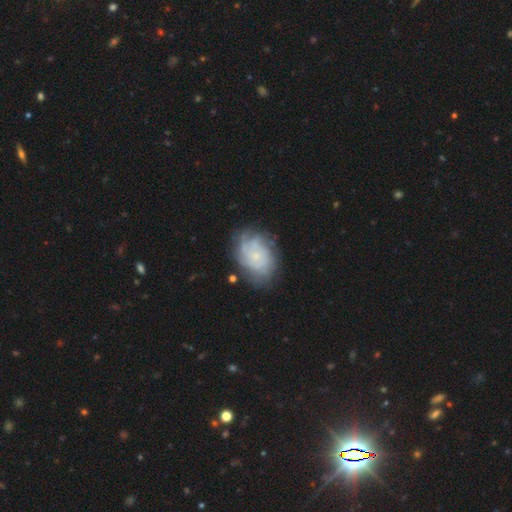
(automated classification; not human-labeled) A featured or disk galaxy (67%) with no bar (82%), tight (63%) spiral arms (80%) and a small central bulge (73%).

Vote fractions:
- Smooth or featured? featured or disk: 67% / smooth: 25% / star or artifact: 8%
- Edge-on disk? no: 97% / yes: 3%
- Bar? no: 82% / weak: 16% / strong: 2%
- Spiral arms? yes: 80% / no: 20%
- Spiral winding? tight: 63% / medium: 27% / loose: 10%
- Spiral arm count? can't tell: 55% / 4: 12% / 3: 11% / 2: 11% / more than 4: 7% / 1: 5%
- Bulge size? small: 73% / moderate: 14% / none: 9% / large: 2% / dominant: 1%
- Merging? none: 66% / minor disturbance: 21% / major disturbance: 10% / merger: 3%